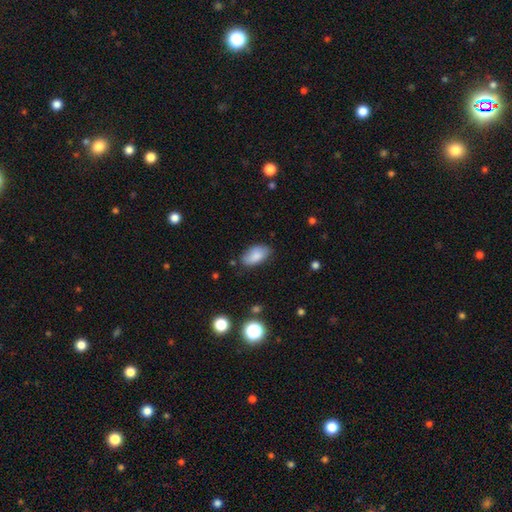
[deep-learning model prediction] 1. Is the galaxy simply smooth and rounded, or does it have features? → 84% smooth, 8% featured or disk, 7% star or artifact.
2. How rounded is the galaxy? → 93% in between, 3% round, 3% cigar-shaped.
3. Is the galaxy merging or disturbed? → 77% none, 17% minor disturbance, 3% major disturbance, 2% merger.